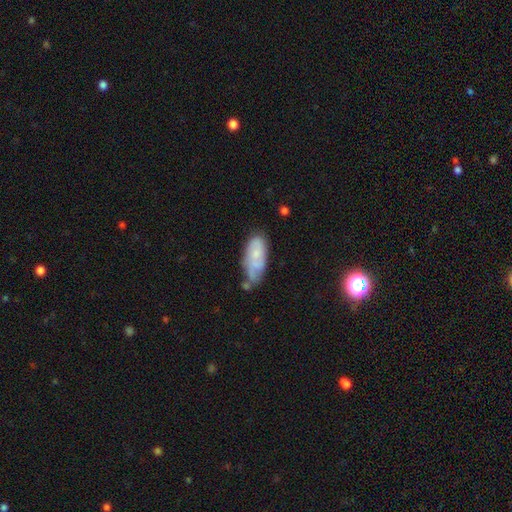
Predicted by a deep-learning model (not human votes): This appears to be a smooth galaxy with no disk features (51%) that is in between round and cigar-shaped (81%). Merging: none (44%).